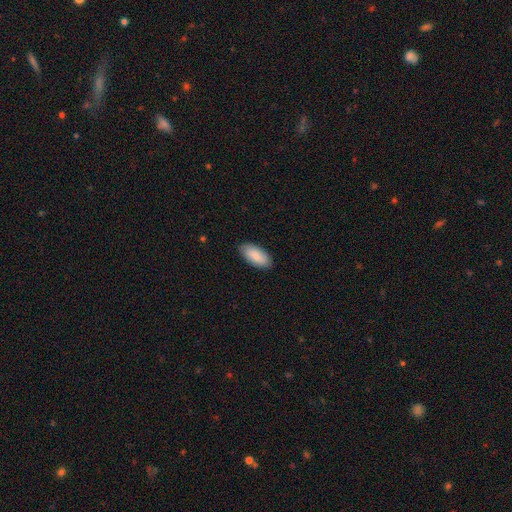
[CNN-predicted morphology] smooth_or_featured: smooth (p=0.86) [alt: featured or disk p=0.09]
how_rounded: in between (p=0.91) [alt: cigar-shaped p=0.07]
merging: none (p=0.87) [alt: minor disturbance p=0.10]